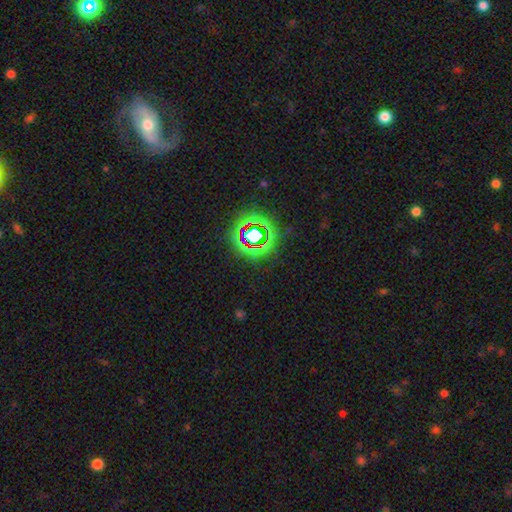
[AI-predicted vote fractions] This is possibly a star or artifact rather than a galaxy (53%).